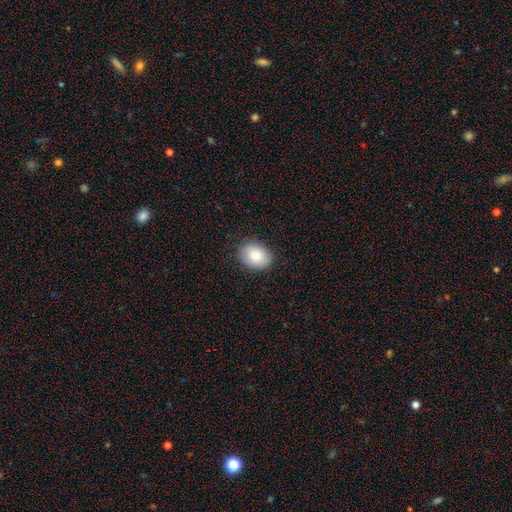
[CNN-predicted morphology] Smooth or featured?
  - smooth: 81% *
  - featured or disk: 12%
  - star or artifact: 8%
How rounded?
  - in between: 66% *
  - round: 33%
  - cigar-shaped: 1%
Merging?
  - none: 85% *
  - minor disturbance: 11%
  - major disturbance: 2%
  - merger: 1%